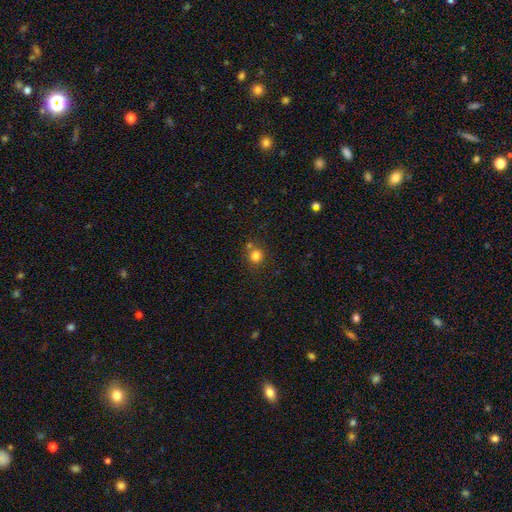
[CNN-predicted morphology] The model was most divided on "merging": none: 70%, merger: 18%, minor disturbance: 9%, major disturbance: 3%. More confident: how rounded — round (89%); smooth or featured — smooth (81%).